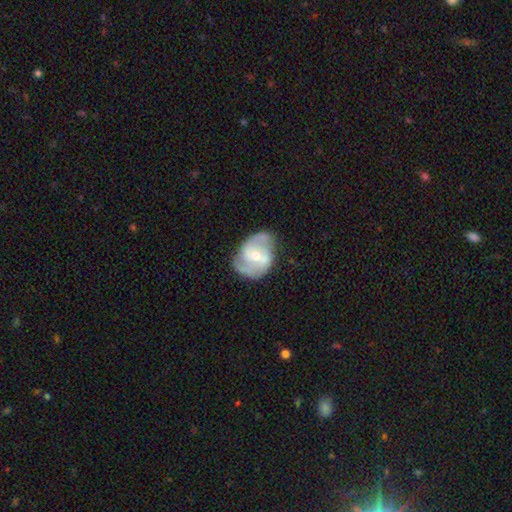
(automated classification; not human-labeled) This is likely a featured or disk galaxy (79%). It is clearly not viewed edge-on (97%). Bar: possibly weak (46%). Spiral arm pattern: clearly yes (88%). Spiral arm count: likely 2 (77%). Spiral winding: possibly medium (50%). Central bulge: possibly moderate (49%). Merging: likely none (65%).